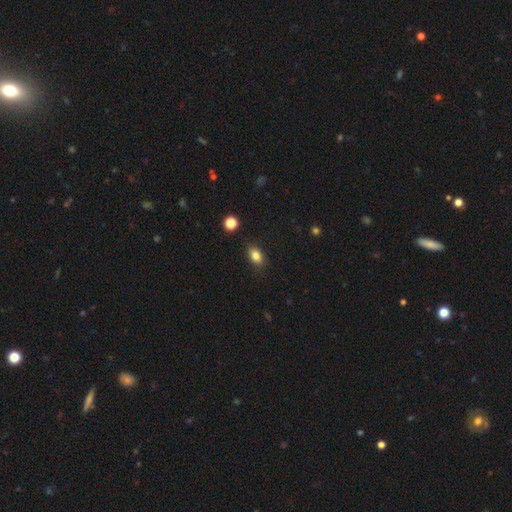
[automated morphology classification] type=smooth (84%); roundness=in between (82%); merging=none (85%).